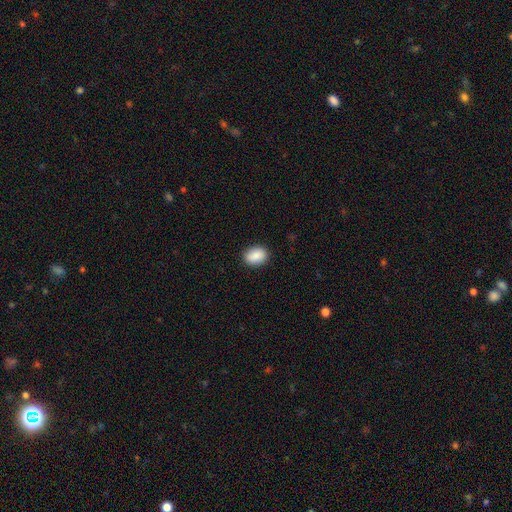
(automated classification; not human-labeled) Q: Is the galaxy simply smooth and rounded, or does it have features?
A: smooth — 89%.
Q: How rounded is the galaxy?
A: in between — 70%.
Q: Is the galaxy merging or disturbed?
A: none — 90%.